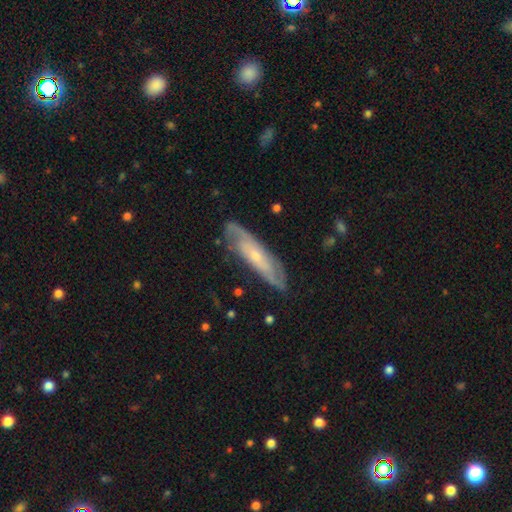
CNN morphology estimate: Overall: featured or disk (73%). Edge-on disk: no (71%). Bar: no (64%; weak 28%). Spiral arms: yes (89%). Bulge size: small (67%; moderate 28%). Merging: none (77%).